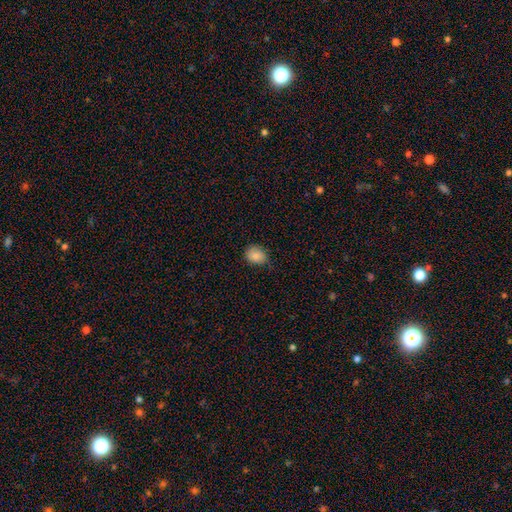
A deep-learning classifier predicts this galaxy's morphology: This is clearly a smooth galaxy (87%). How rounded: possibly round (50%). Merging: likely none (71%).